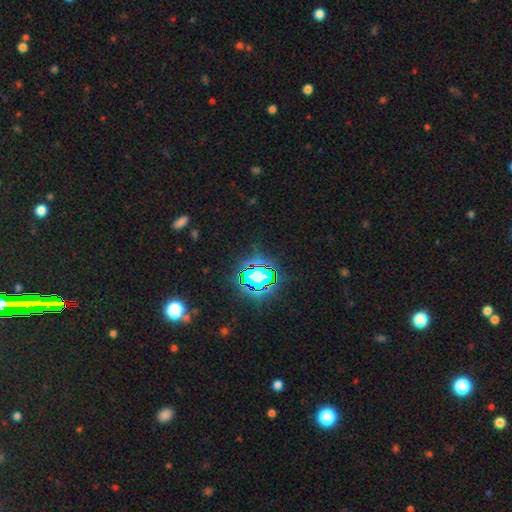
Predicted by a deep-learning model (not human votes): smooth-or-featured: star or artifact: 80% | smooth: 13% | featured or disk: 7%